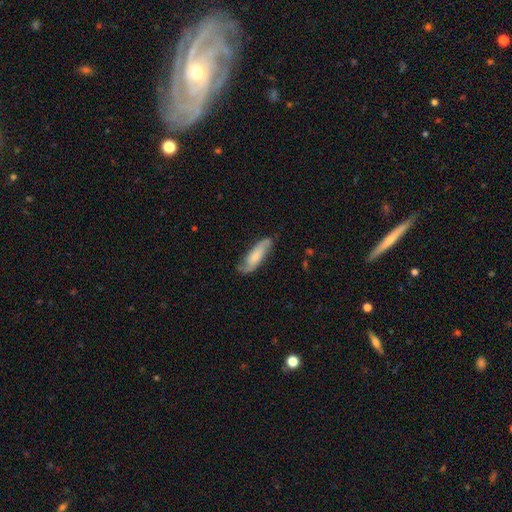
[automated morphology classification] This appears to be a smooth galaxy with no disk features (47%, tied with featured or disk). Merging: none (71%).